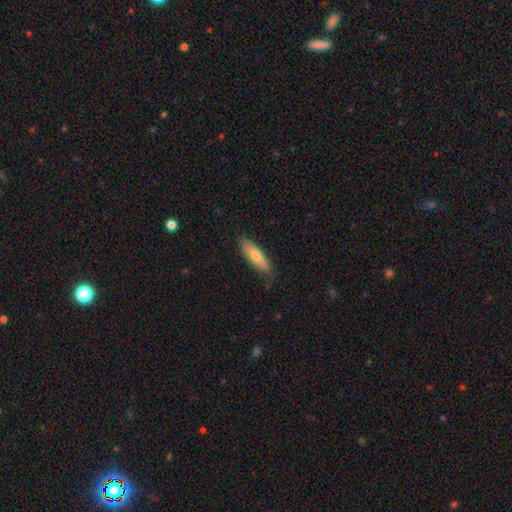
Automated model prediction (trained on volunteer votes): Smooth or featured? Predicted: smooth (p=0.72). How rounded? Predicted: cigar-shaped (p=0.58). Merging? Predicted: none (p=0.83).